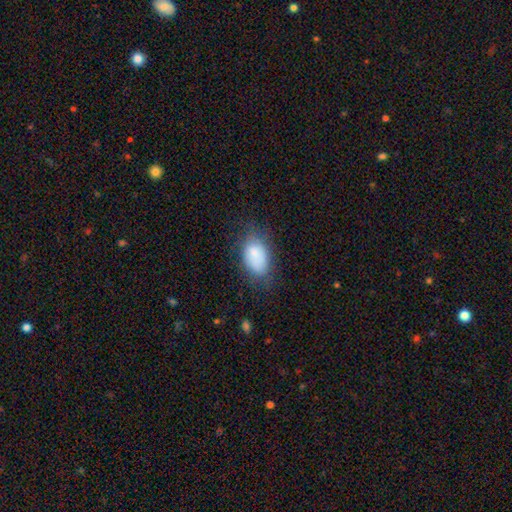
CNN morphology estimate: Q: Smooth or featured?
A: smooth (81%); runner-up: featured or disk (11%)
Q: How rounded?
A: in between (89%); runner-up: round (9%)
Q: Merging?
A: none (63%); runner-up: minor disturbance (25%)